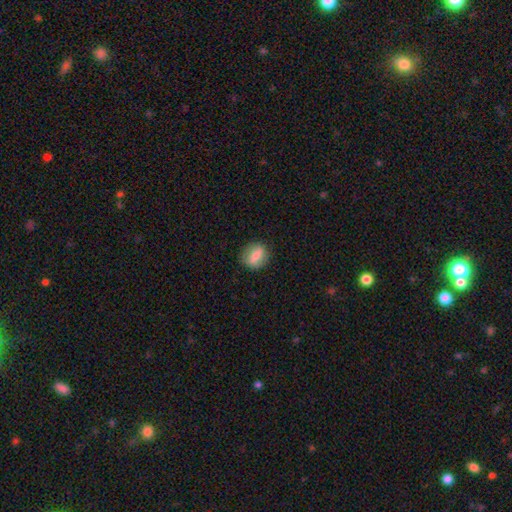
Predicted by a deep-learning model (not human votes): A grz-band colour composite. It shows a smooth galaxy with no disk features (58%) that is round (62%). Merging: none (83%).